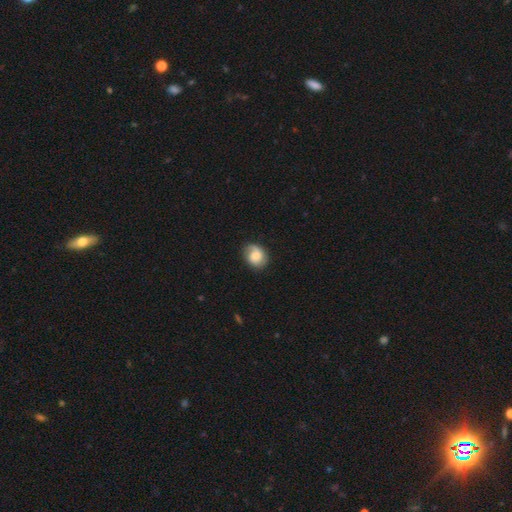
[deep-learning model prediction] A smooth galaxy with no disk features (49%). Merging: none (70%).